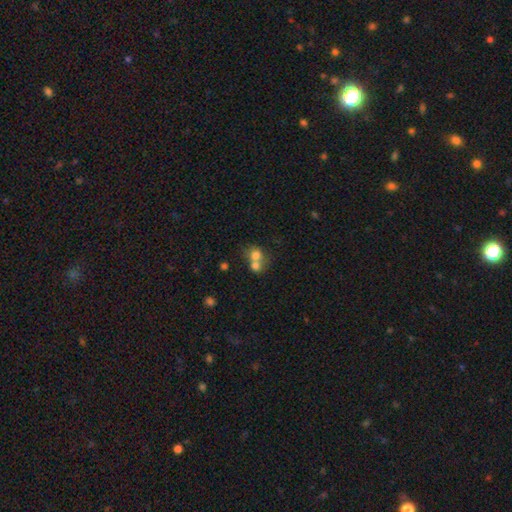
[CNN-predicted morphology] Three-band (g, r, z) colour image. It shows a smooth galaxy with no disk features (71%) that is round (71%). Merging: merger (66%).